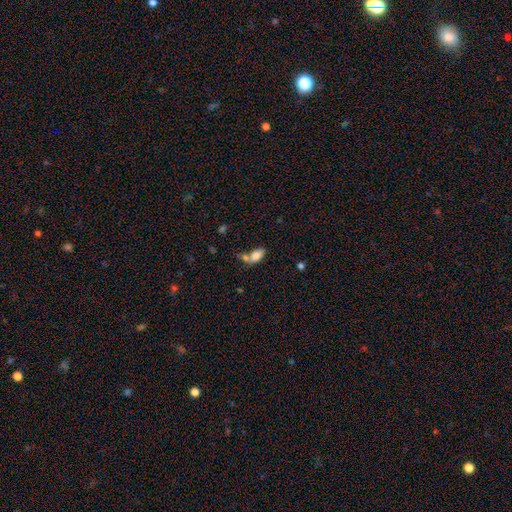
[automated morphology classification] Smooth or featured?
  - smooth: 80% *
  - featured or disk: 12%
  - star or artifact: 9%
How rounded?
  - in between: 90% *
  - round: 7%
  - cigar-shaped: 4%
Merging?
  - merger: 41% *
  - none: 35%
  - minor disturbance: 15%
  - major disturbance: 8%